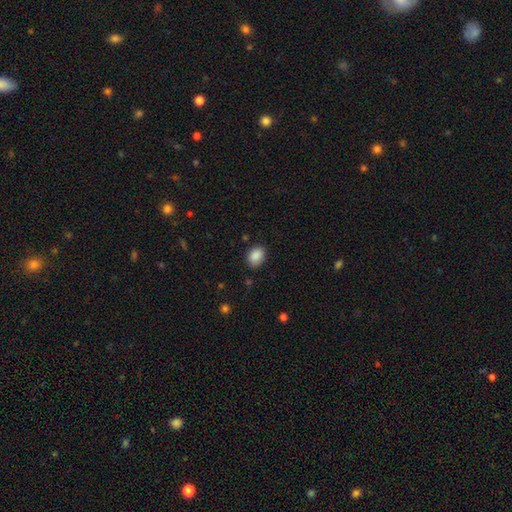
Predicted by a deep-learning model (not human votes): Overall: smooth (88%). How rounded: in between (65%; round 34%). Merging: none (84%).